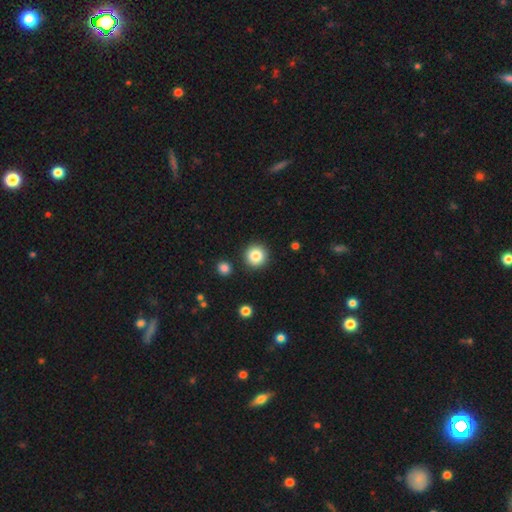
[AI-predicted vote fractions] smooth 84%, star or artifact 10%, featured or disk 6%. Down the decision tree: how rounded — round (95%); merging — none (89%).